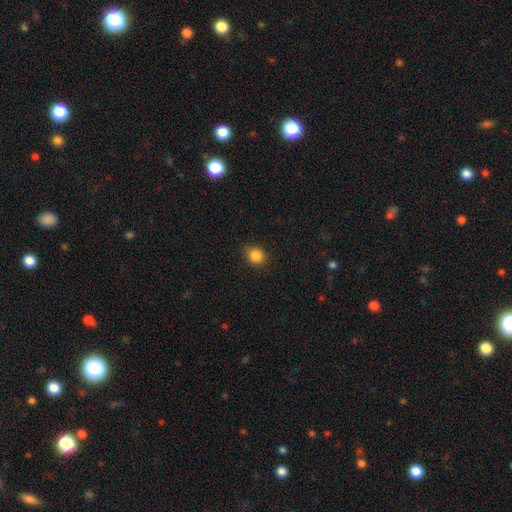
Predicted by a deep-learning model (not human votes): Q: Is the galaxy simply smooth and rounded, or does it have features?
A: smooth — 86%.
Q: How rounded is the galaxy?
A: round — 79%.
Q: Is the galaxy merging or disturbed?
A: none — 84%.